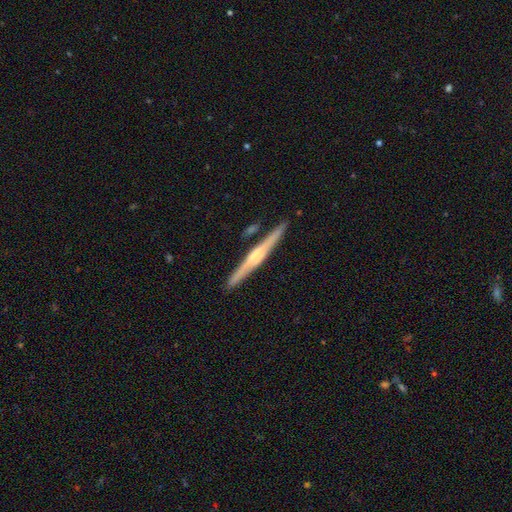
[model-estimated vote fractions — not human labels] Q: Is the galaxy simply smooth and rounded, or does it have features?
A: featured or disk — 72%.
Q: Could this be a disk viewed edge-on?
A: yes — 98%.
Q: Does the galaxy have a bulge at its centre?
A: rounded — 62%.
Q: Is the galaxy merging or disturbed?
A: none — 89%.